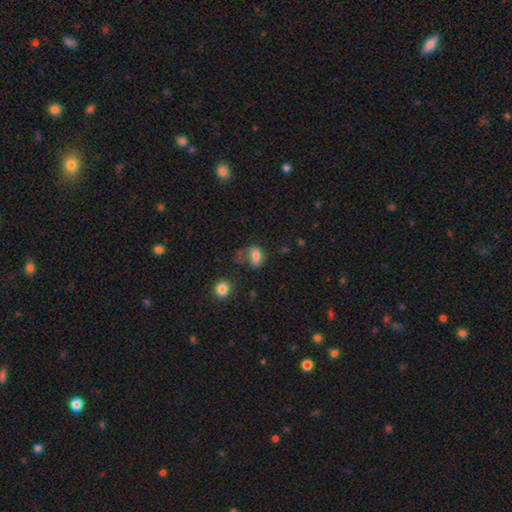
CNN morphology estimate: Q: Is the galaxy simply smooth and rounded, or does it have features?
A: smooth — 78%.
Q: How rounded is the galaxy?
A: in between — 84%.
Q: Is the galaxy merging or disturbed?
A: none — 39%.